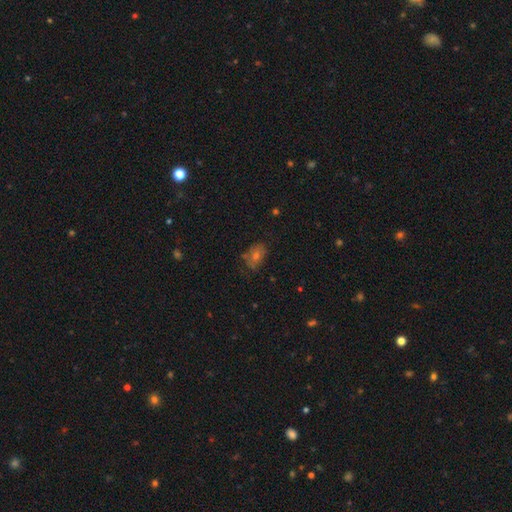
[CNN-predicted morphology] Smooth or featured?
  - smooth: 51% *
  - featured or disk: 25%
  - star or artifact: 24%
How rounded?
  - in between: 70% *
  - round: 28%
  - cigar-shaped: 2%
Merging?
  - none: 66% *
  - minor disturbance: 22%
  - major disturbance: 9%
  - merger: 2%